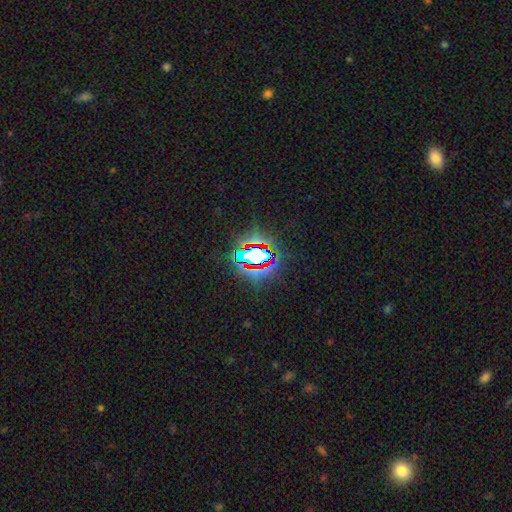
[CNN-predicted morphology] Smooth or featured?
  - star or artifact: 72% *
  - smooth: 16%
  - featured or disk: 12%